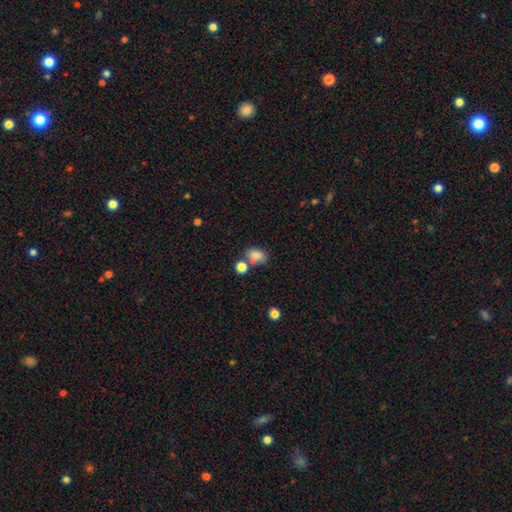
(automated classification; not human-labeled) The model was most divided on "merging": none: 49%, merger: 29%, minor disturbance: 15%, major disturbance: 6%. More confident: smooth or featured — smooth (79%); how rounded — in between (76%).